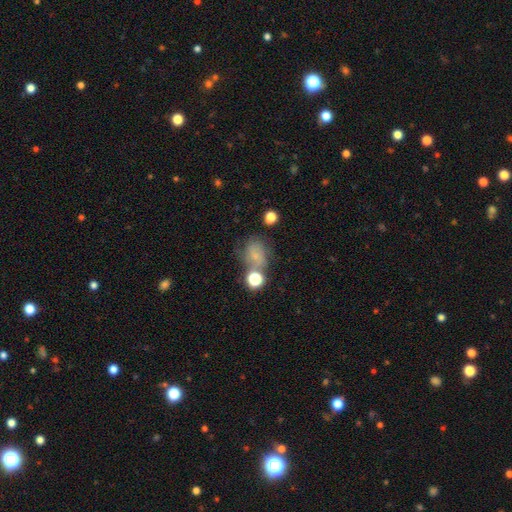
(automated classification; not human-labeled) smooth 60%, featured or disk 21%, star or artifact 18%. Down the decision tree: how rounded — in between (50%); merging — none (46%).